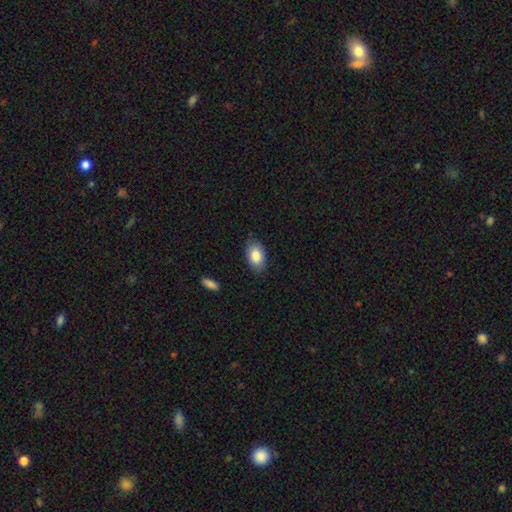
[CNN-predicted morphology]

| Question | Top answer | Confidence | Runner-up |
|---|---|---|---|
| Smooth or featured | smooth | 85% | featured or disk (9%) |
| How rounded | in between | 90% | round (9%) |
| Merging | none | 81% | minor disturbance (15%) |